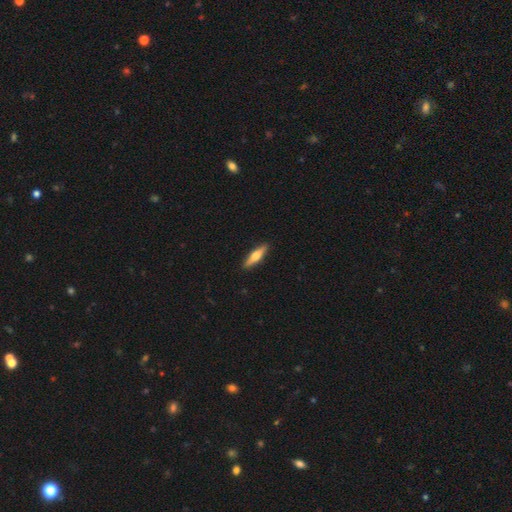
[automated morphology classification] Smooth or featured?
  - smooth: 55% *
  - featured or disk: 39%
  - star or artifact: 5%
How rounded?
  - cigar-shaped: 74% *
  - in between: 24%
  - round: 2%
Merging?
  - none: 90% *
  - minor disturbance: 7%
  - major disturbance: 2%
  - merger: 1%